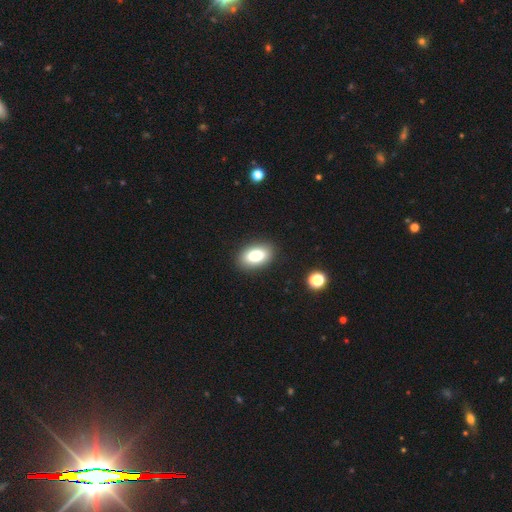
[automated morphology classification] type=smooth (82%); roundness=in between (90%); merging=none (89%).